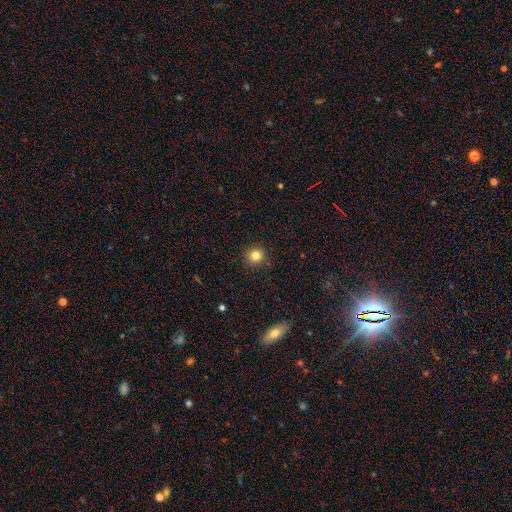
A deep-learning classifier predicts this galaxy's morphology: This is clearly a smooth galaxy (82%). How rounded: clearly round (93%). Merging: clearly none (92%).